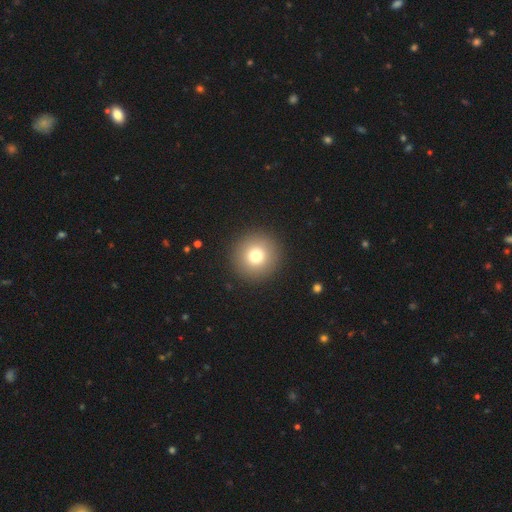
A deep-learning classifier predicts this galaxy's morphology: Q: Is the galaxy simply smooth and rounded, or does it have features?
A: smooth — 77%.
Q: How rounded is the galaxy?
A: round — 96%.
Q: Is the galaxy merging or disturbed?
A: none — 93%.